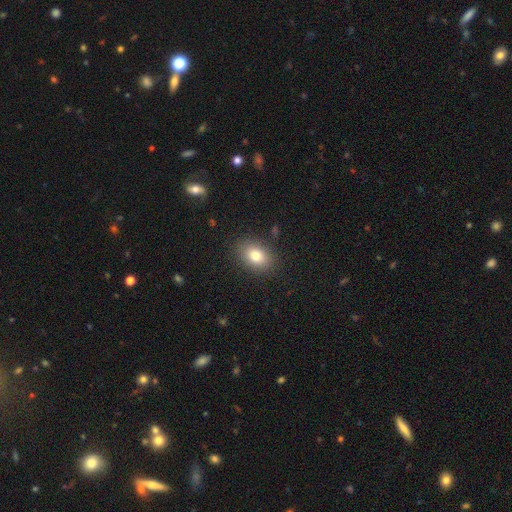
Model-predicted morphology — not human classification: smooth 78%, featured or disk 11%, star or artifact 10%. Down the decision tree: how rounded — in between (72%); merging — none (86%).